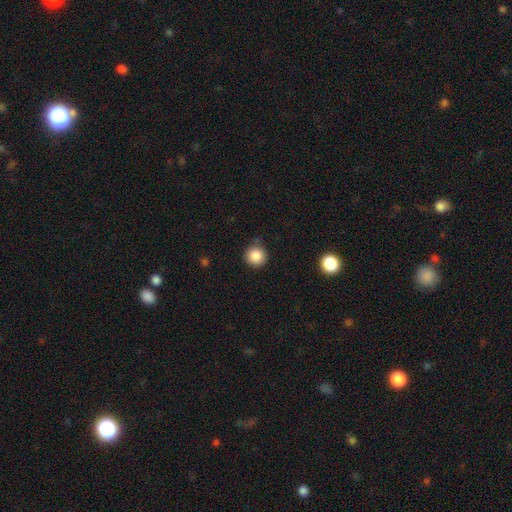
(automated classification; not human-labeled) This appears to be a smooth galaxy with no disk features (86%) that is round (95%). Merging: none (86%).